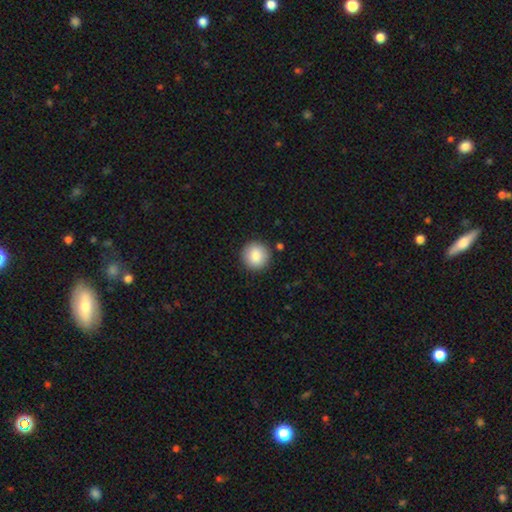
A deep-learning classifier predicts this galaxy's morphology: Overall: smooth (86%). How rounded: round (95%). Merging: none (90%).